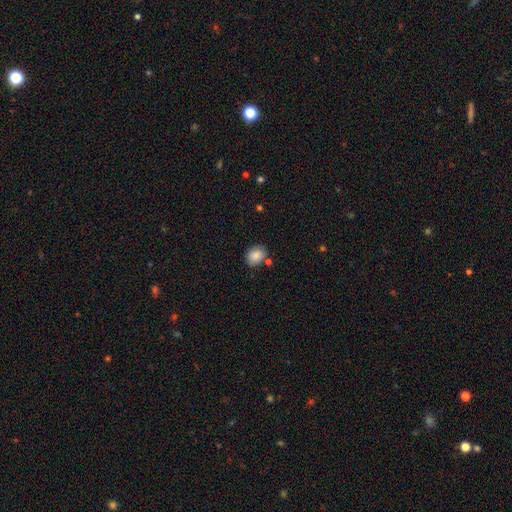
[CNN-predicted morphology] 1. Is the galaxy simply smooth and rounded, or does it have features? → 86% smooth, 8% star or artifact, 6% featured or disk.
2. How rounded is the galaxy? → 61% in between, 38% round, 1% cigar-shaped.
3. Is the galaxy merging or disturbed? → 78% none, 13% minor disturbance, 7% merger, 3% major disturbance.